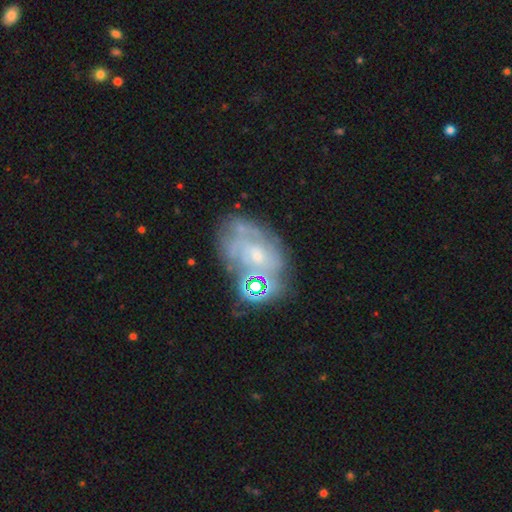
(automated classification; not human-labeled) A featured or disk galaxy (65%) with no bar (76%), spiral arms (64%) and a small central bulge (62%). Merging: none (50%).